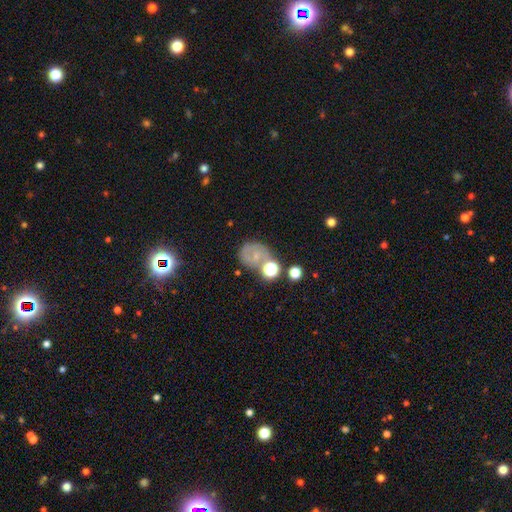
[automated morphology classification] A smooth galaxy with no disk features (45%).

Vote fractions:
- Smooth or featured? smooth: 45% / featured or disk: 33% / star or artifact: 22%
- Merging? none: 50% / minor disturbance: 20% / merger: 19% / major disturbance: 12%